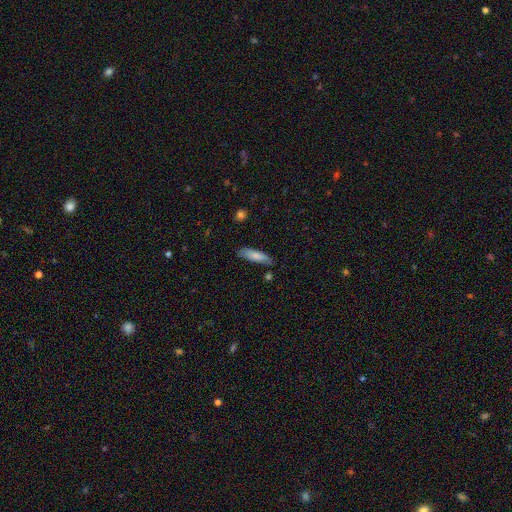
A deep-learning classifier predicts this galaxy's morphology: smooth_or_featured: smooth (p=0.79) [alt: featured or disk p=0.15]
how_rounded: cigar-shaped (p=0.59) [alt: in between p=0.39]
merging: none (p=0.71) [alt: minor disturbance p=0.22]